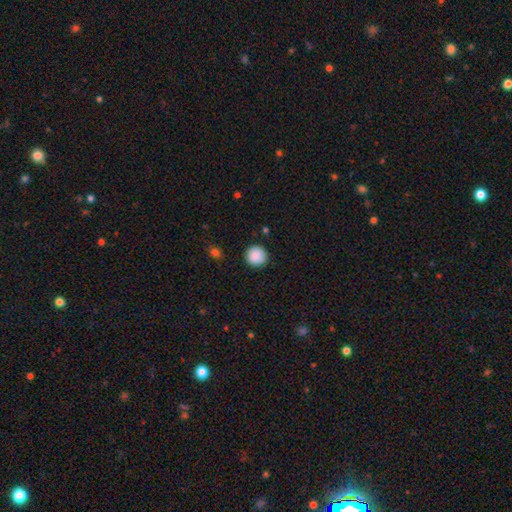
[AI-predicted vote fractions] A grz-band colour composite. It shows a smooth galaxy with no disk features (89%) that is round (95%). Merging: none (91%).